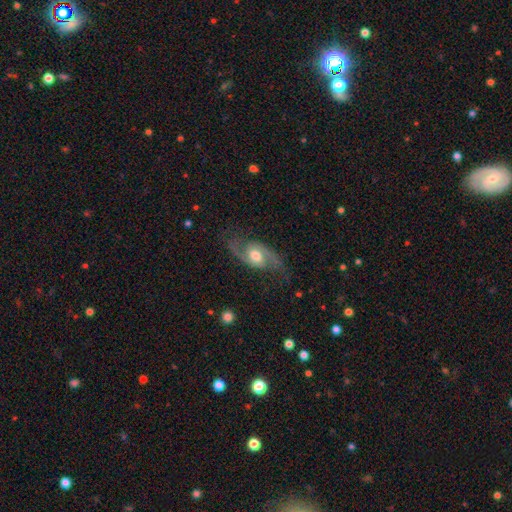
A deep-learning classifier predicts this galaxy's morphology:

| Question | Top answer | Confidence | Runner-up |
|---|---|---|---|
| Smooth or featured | featured or disk | 86% | smooth (9%) |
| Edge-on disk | no | 95% | yes (5%) |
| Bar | no | 51% | weak (40%) |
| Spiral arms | yes | 96% | no (4%) |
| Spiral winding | medium | 46% | loose (42%) |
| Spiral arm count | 2 | 92% | can't tell (3%) |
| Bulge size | moderate | 70% | small (14%) |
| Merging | none | 73% | minor disturbance (17%) |